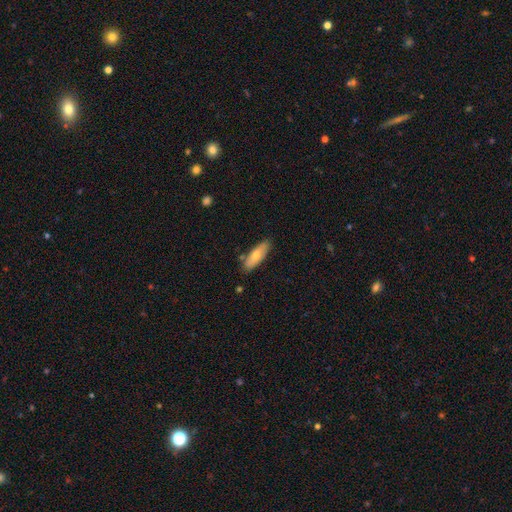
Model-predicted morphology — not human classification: Smooth or featured? Predicted: smooth (p=0.68). How rounded? Predicted: in between (p=0.61). Merging? Predicted: none (p=0.81).